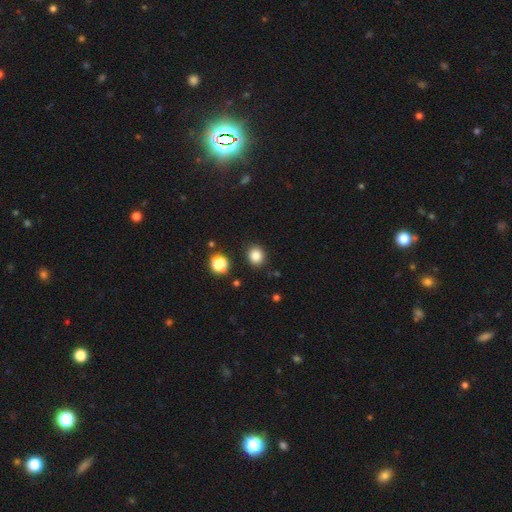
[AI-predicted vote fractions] Smooth or featured: smooth — 83% (star or artifact — 12%)
How rounded: round — 77% (in between — 22%)
Merging: none — 88% (minor disturbance — 7%)